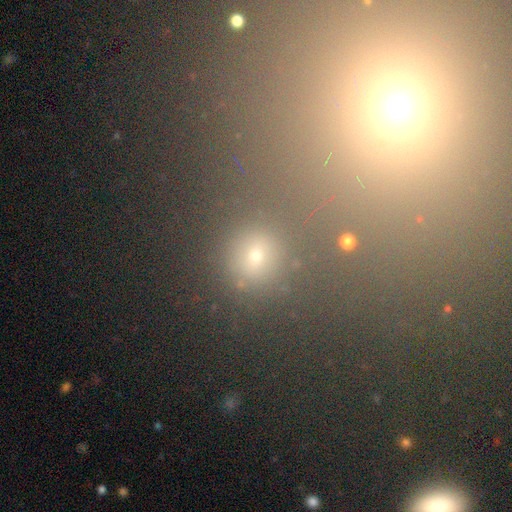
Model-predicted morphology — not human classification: This is possibly a smooth galaxy (57%). How rounded: clearly round (82%). Merging: clearly none (81%).